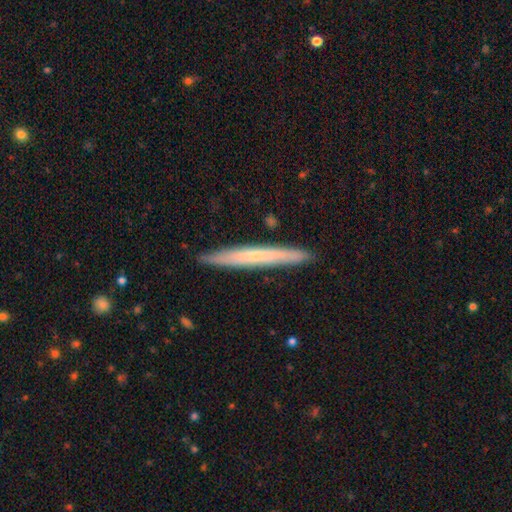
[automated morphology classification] Smooth or featured: smooth — 49% (featured or disk — 45%)
Merging: none — 89% (minor disturbance — 8%)